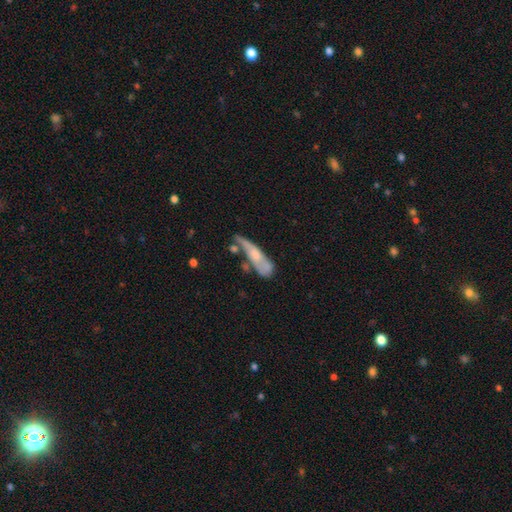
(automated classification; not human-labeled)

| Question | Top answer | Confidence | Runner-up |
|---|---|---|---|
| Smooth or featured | featured or disk | 49% | smooth (44%) |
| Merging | none | 33% | minor disturbance (26%) |